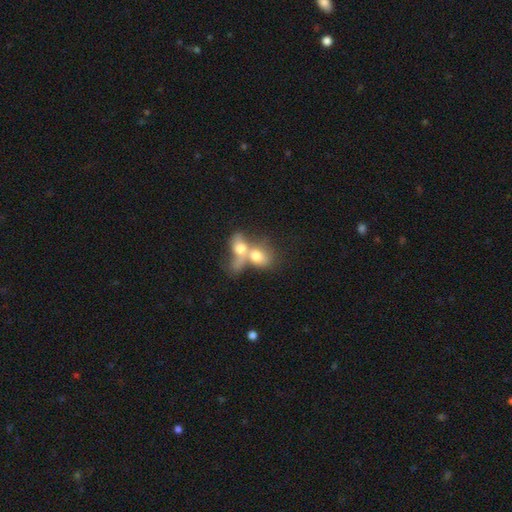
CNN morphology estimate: Overall: smooth (60%; featured or disk 29%). How rounded: in between (58%; round 36%). Merging: merger (78%).